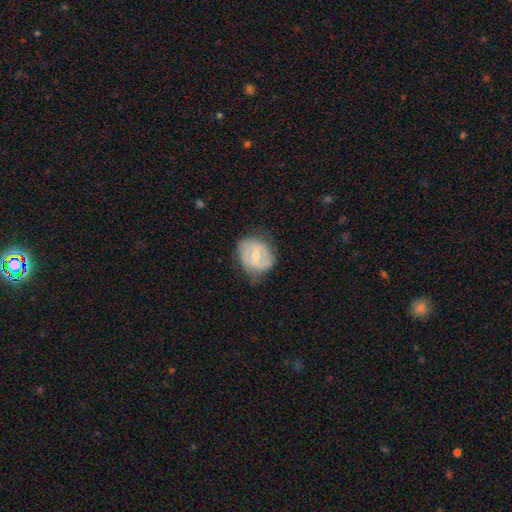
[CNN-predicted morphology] This is possibly a featured or disk galaxy (58%). It is clearly not viewed edge-on (96%). Bar: marginally weak (45%). Spiral arm pattern: possibly yes (58%). Central bulge: likely moderate (60%). Merging: possibly none (59%).